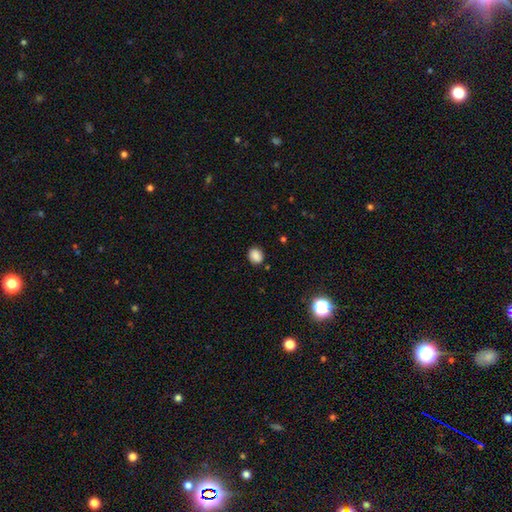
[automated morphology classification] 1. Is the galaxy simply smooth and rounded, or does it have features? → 87% smooth, 10% star or artifact, 4% featured or disk.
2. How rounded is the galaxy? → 60% round, 39% in between, 1% cigar-shaped.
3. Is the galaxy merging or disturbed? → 85% none, 11% minor disturbance, 3% major disturbance, 2% merger.